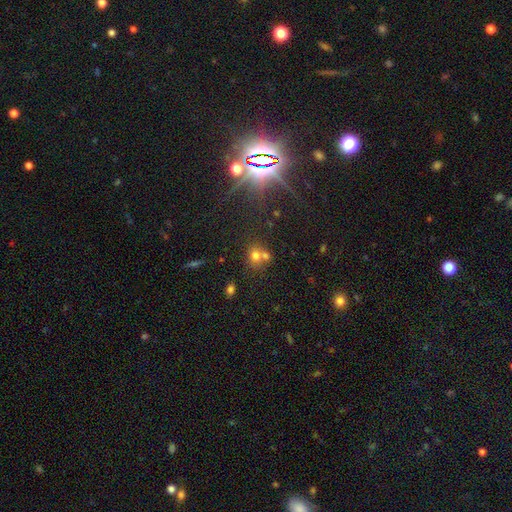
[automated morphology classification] Smooth or featured? smooth (68%)
How rounded? round (69%)
Merging? merger (46%)